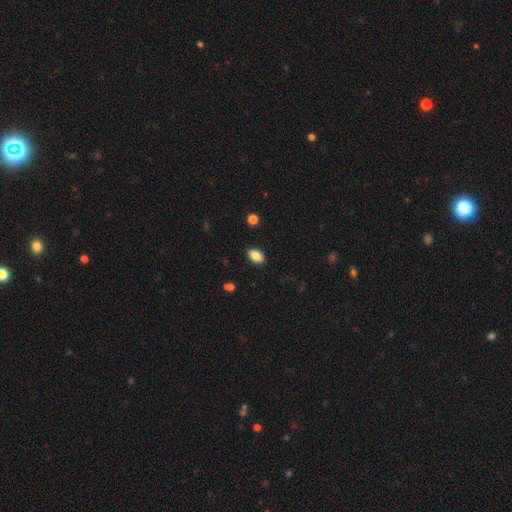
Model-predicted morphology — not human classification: type=smooth (86%); roundness=in between (91%); merging=none (89%).